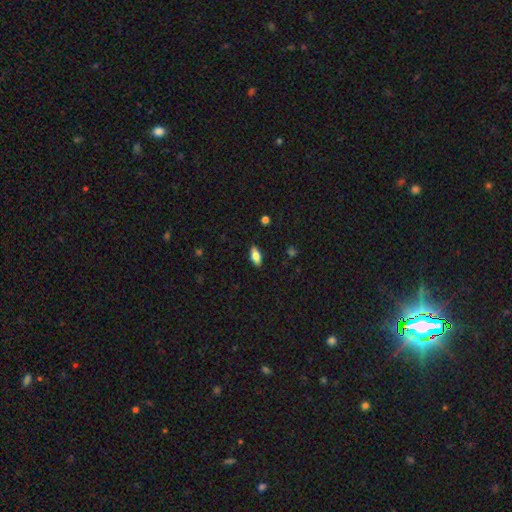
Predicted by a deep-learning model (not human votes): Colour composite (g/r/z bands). It shows a smooth galaxy with no disk features (77%) that is in between round and cigar-shaped (85%). Merging: none (89%).